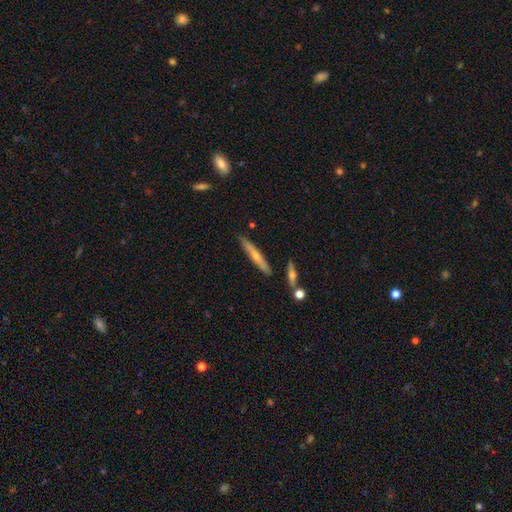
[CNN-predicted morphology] This is possibly a featured or disk galaxy (59%). It is clearly viewed edge-on (94%). Edge-on bulge: likely rounded (78%). Merging: clearly none (86%).